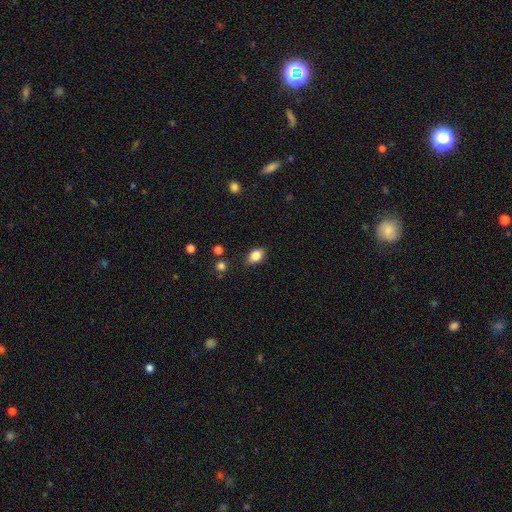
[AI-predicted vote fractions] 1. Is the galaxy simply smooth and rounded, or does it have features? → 83% smooth, 9% star or artifact, 8% featured or disk.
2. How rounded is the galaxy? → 81% in between, 17% round, 2% cigar-shaped.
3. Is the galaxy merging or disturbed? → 83% none, 13% minor disturbance, 3% major disturbance, 2% merger.